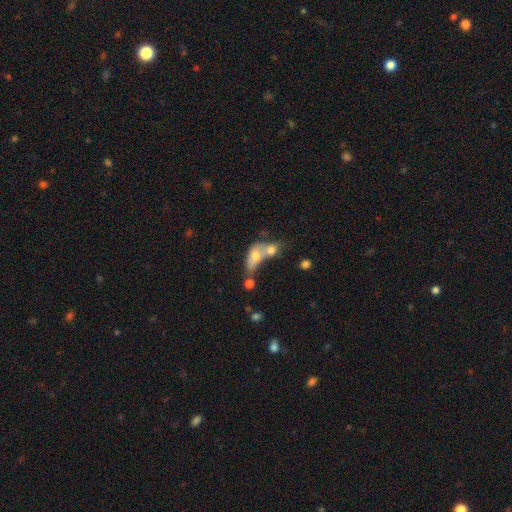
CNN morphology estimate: Smooth or featured?
  - smooth: 65% *
  - featured or disk: 26%
  - star or artifact: 10%
How rounded?
  - in between: 76% *
  - round: 17%
  - cigar-shaped: 7%
Merging?
  - merger: 71% *
  - none: 13%
  - major disturbance: 8%
  - minor disturbance: 7%